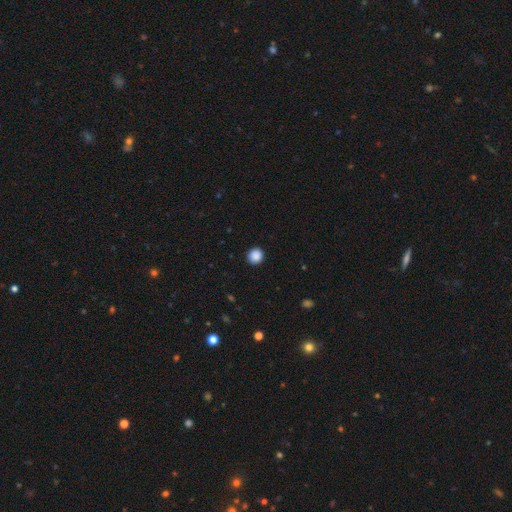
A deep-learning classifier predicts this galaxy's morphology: smooth-or-featured: smooth: 88% | star or artifact: 9% | featured or disk: 3%
  how-rounded: round: 90% | in between: 9% | cigar-shaped: 1%
  merging: none: 92% | minor disturbance: 6% | major disturbance: 2% | merger: 1%